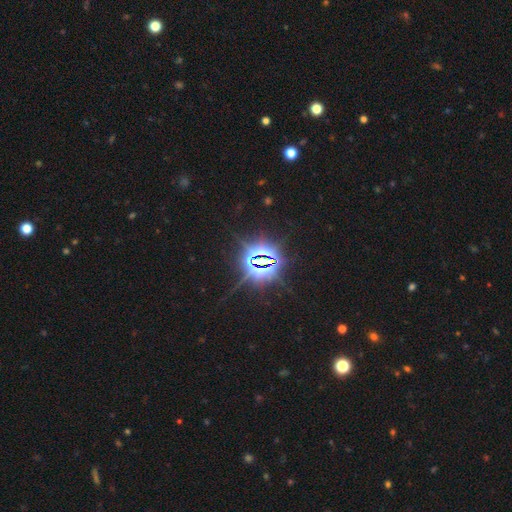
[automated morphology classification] smooth_or_featured: star or artifact (p=0.85) [alt: smooth p=0.08]